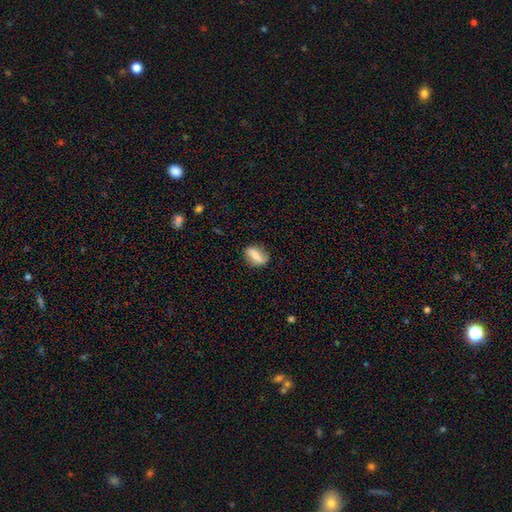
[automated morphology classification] Overall: smooth (65%; featured or disk 27%). How rounded: in between (74%). Merging: none (77%).